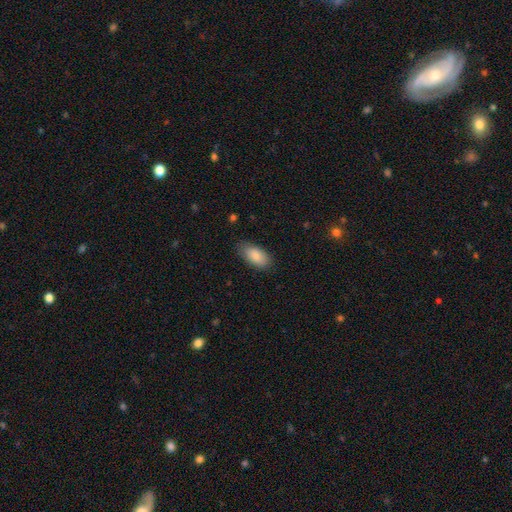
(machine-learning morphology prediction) The model was most divided on "merging": none: 79%, minor disturbance: 17%, major disturbance: 3%, merger: 1%. More confident: how rounded — in between (92%); smooth or featured — smooth (87%).